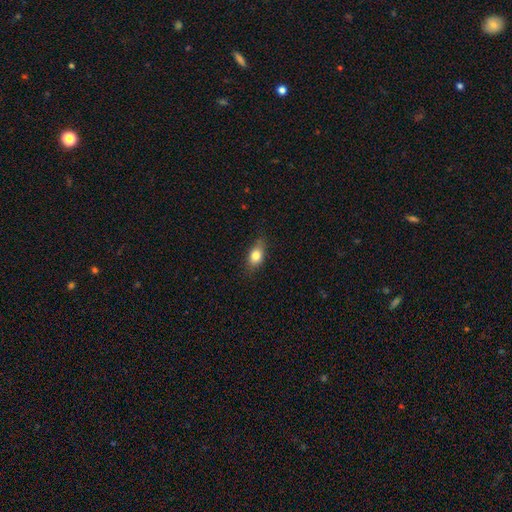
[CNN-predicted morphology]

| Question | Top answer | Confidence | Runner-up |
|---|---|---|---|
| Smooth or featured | smooth | 80% | featured or disk (12%) |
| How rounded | in between | 78% | round (16%) |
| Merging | none | 79% | minor disturbance (17%) |